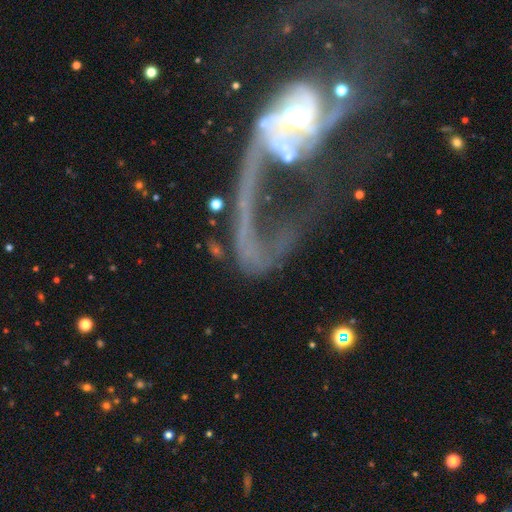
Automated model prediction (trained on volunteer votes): Q: Smooth or featured?
A: featured or disk (45%); runner-up: star or artifact (29%)
Q: Merging?
A: major disturbance (36%); runner-up: none (33%)